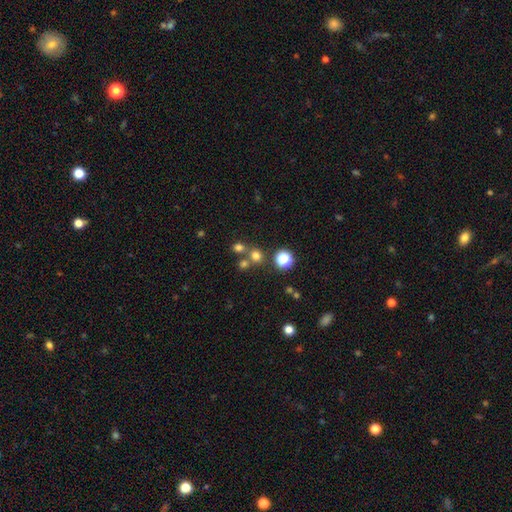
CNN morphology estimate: smooth_or_featured: smooth (p=0.67) [alt: star or artifact p=0.25]
how_rounded: round (p=0.86) [alt: in between p=0.13]
merging: none (p=0.62) [alt: merger p=0.27]